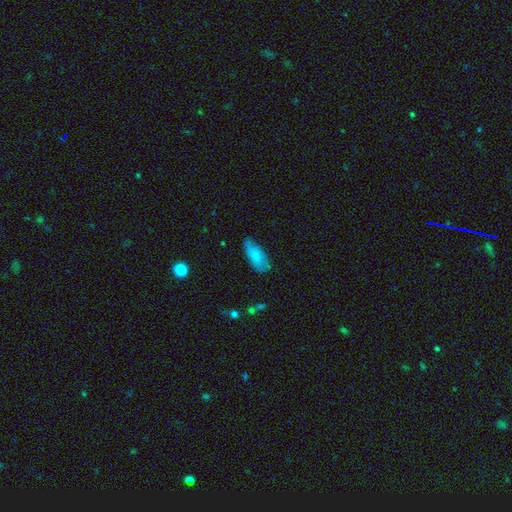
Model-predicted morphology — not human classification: Smooth or featured: smooth — 75% (featured or disk — 18%)
How rounded: in between — 86% (cigar-shaped — 12%)
Merging: none — 61% (minor disturbance — 31%)